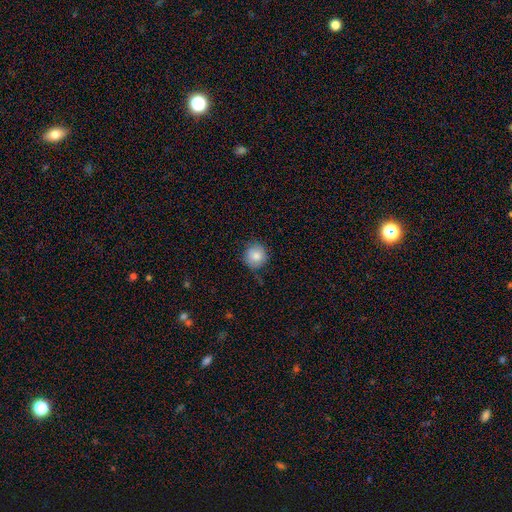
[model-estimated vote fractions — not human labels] Overall: smooth (84%). How rounded: round (92%). Merging: none (79%).